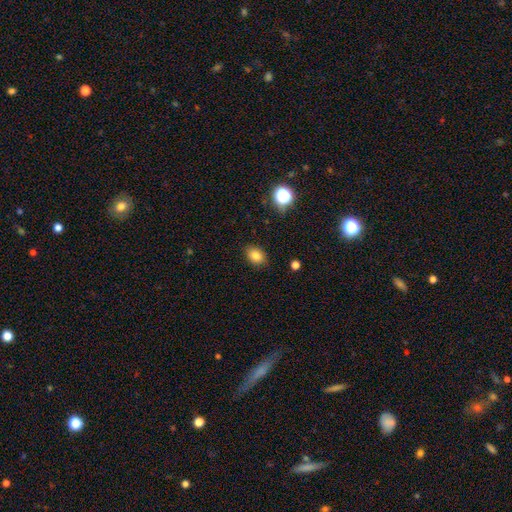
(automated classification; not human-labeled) Overall: smooth (82%). How rounded: in between (70%). Merging: none (87%).